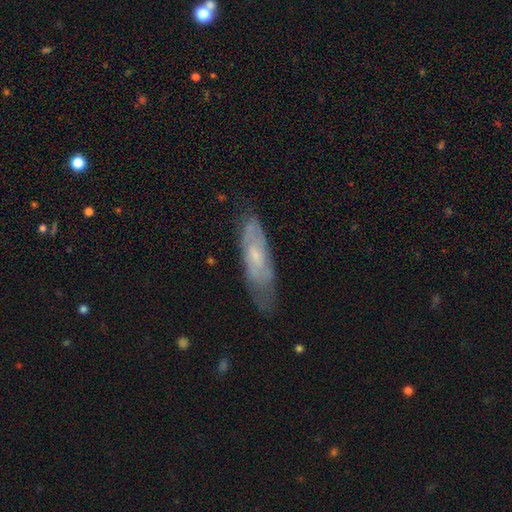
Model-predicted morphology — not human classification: A featured or disk galaxy (54%).

Vote fractions:
- Smooth or featured? featured or disk: 54% / smooth: 39% / star or artifact: 7%
- Edge-on disk? no: 69% / yes: 31%
- Merging? none: 65% / minor disturbance: 26% / major disturbance: 8% / merger: 2%